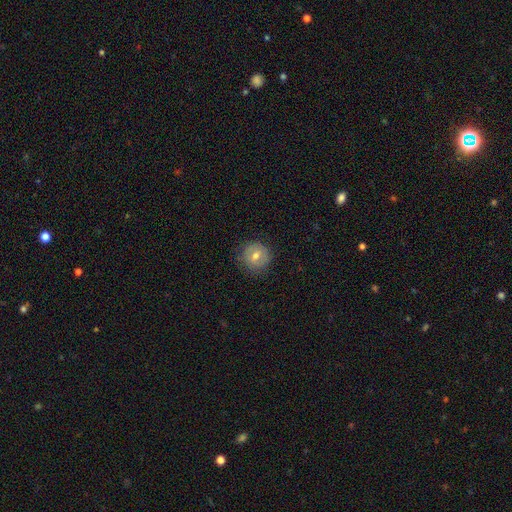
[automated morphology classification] Smooth or featured? Predicted: smooth (p=0.59). How rounded? Predicted: round (p=0.93). Merging? Predicted: none (p=0.85).